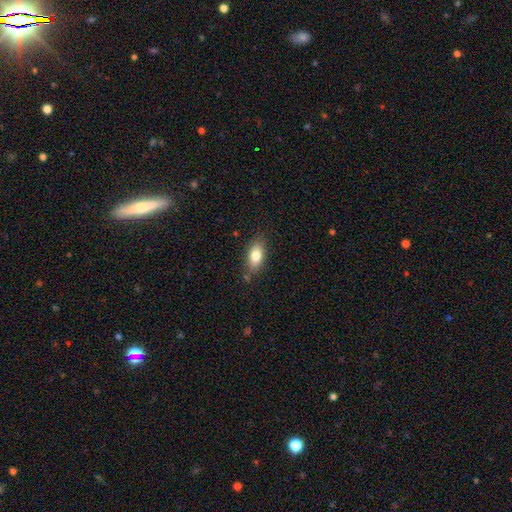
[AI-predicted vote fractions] Q: Smooth or featured?
A: smooth (79%); runner-up: featured or disk (13%)
Q: How rounded?
A: in between (86%); runner-up: cigar-shaped (9%)
Q: Merging?
A: none (78%); runner-up: minor disturbance (16%)